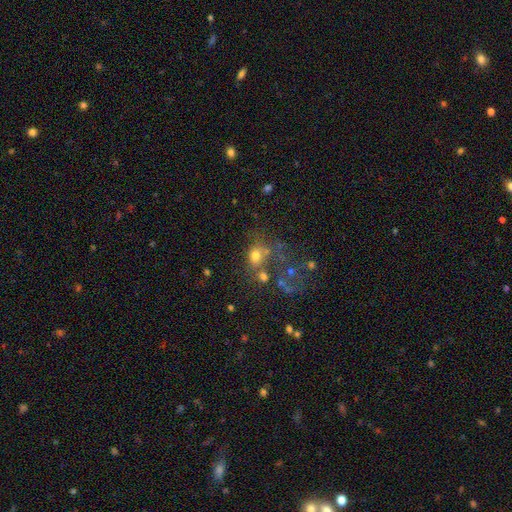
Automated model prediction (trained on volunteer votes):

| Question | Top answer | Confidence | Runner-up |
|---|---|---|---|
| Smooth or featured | smooth | 65% | star or artifact (20%) |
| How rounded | round | 56% | in between (42%) |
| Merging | none | 46% | merger (26%) |